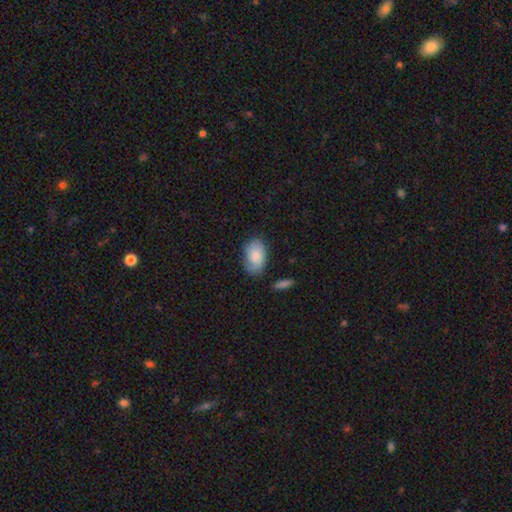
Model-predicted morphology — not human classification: A smooth galaxy with no disk features (79%) that is in between round and cigar-shaped (91%). Merging: none (68%).